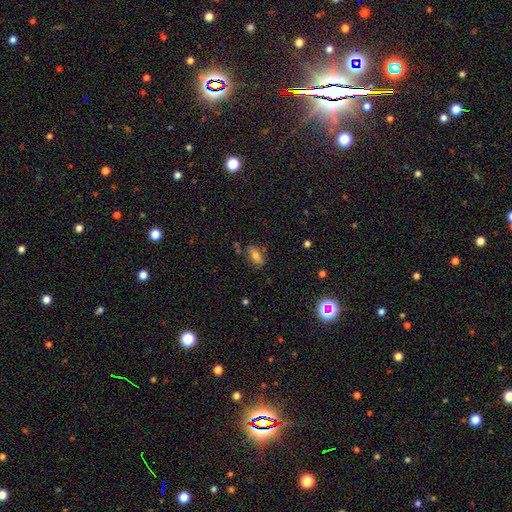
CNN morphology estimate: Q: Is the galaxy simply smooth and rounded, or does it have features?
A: smooth — 69%.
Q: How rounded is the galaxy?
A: in between — 81%.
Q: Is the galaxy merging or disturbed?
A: none — 76%.